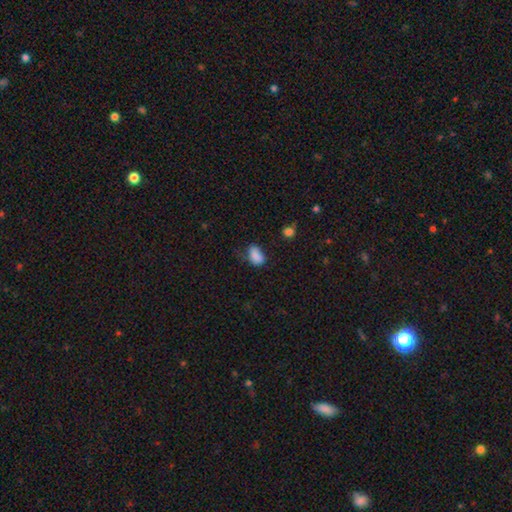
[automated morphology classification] Overall: smooth (84%). How rounded: in between (86%). Merging: none (44%; minor disturbance 37%).